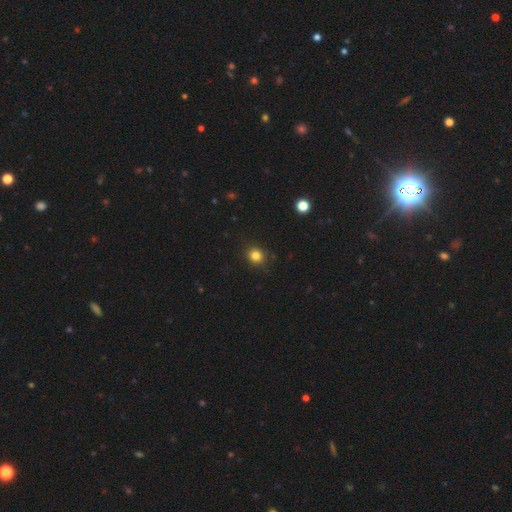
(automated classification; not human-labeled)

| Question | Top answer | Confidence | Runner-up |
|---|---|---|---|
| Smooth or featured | smooth | 83% | star or artifact (12%) |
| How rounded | round | 80% | in between (19%) |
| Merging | none | 88% | minor disturbance (8%) |